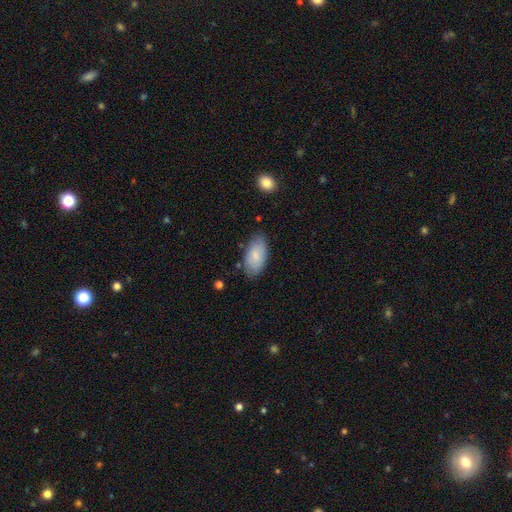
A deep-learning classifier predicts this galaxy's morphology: Smooth or featured?
  - smooth: 79% *
  - featured or disk: 15%
  - star or artifact: 6%
How rounded?
  - in between: 95% *
  - cigar-shaped: 3%
  - round: 3%
Merging?
  - none: 74% *
  - minor disturbance: 20%
  - major disturbance: 4%
  - merger: 2%